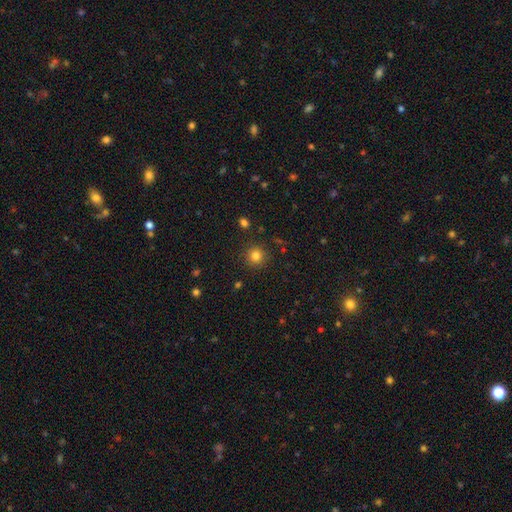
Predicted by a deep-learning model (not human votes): A smooth galaxy with no disk features (81%) that is round (93%). Merging: none (89%).